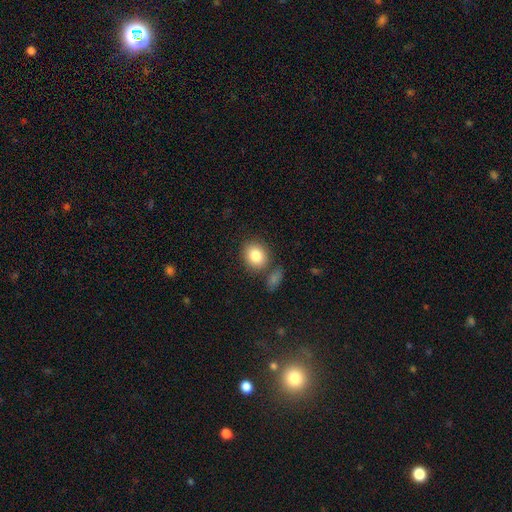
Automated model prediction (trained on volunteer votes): This is clearly a smooth galaxy (84%). How rounded: likely round (65%). Merging: likely none (75%).